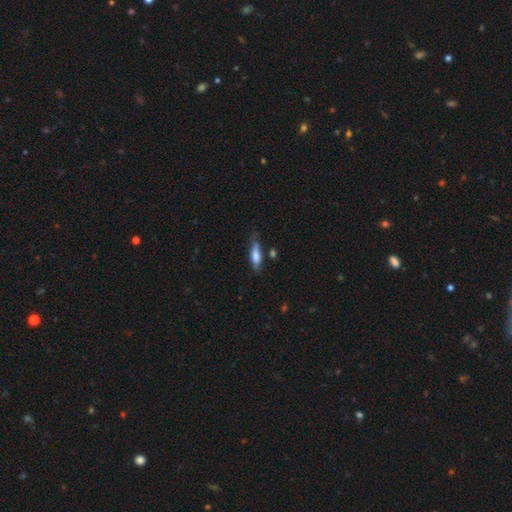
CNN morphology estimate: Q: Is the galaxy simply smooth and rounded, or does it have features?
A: smooth — 70%.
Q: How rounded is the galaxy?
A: cigar-shaped — 57%.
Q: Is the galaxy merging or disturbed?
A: none — 62%.